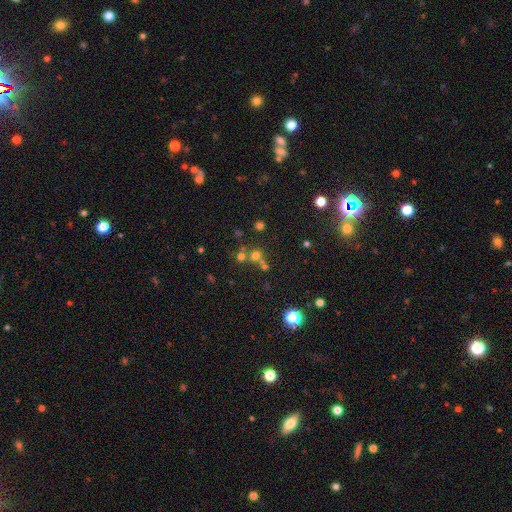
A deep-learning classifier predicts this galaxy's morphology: A smooth galaxy with no disk features (56%) that is round (89%). Merging: none (57%).